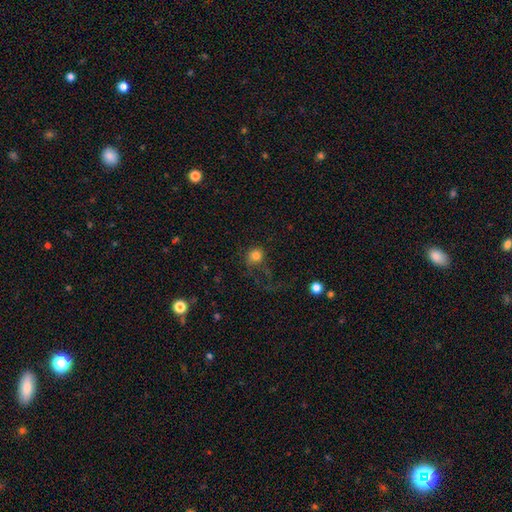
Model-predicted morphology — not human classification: Q: Smooth or featured?
A: smooth (80%); runner-up: star or artifact (12%)
Q: How rounded?
A: round (82%); runner-up: in between (17%)
Q: Merging?
A: none (47%); runner-up: major disturbance (32%)